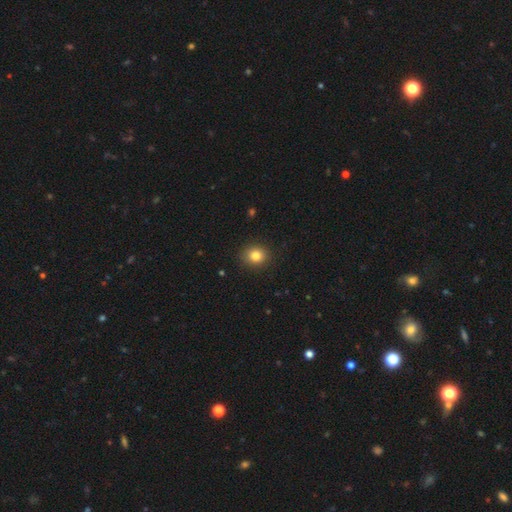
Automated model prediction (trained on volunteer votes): This is clearly a smooth galaxy (83%). How rounded: likely round (74%). Merging: clearly none (90%).